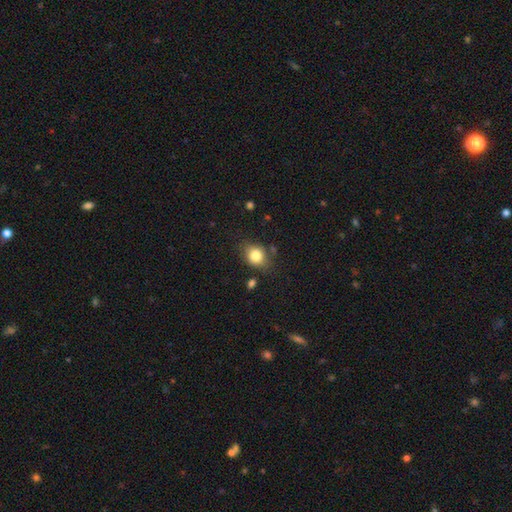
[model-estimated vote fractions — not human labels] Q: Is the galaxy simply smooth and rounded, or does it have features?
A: smooth — 81%.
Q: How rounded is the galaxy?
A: round — 55%.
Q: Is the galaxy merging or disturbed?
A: none — 72%.